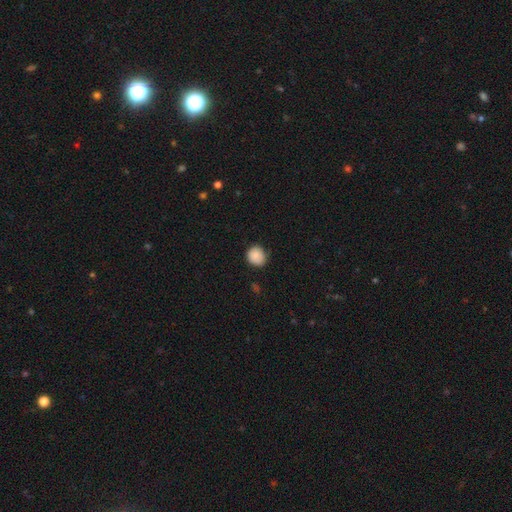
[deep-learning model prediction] This is clearly a smooth galaxy (86%). How rounded: clearly round (81%). Merging: likely none (74%).